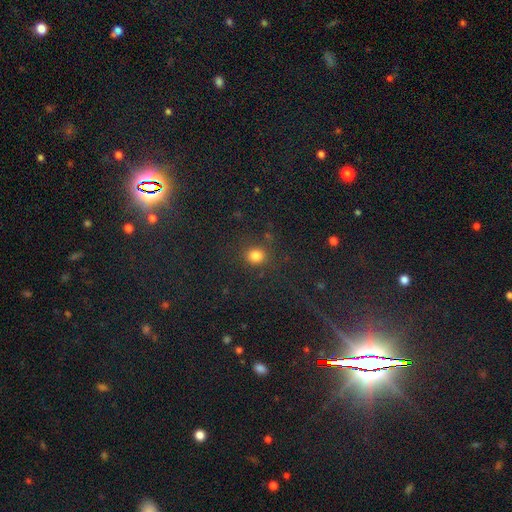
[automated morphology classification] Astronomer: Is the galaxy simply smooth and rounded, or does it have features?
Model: smooth — 78%.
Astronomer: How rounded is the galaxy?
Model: round — 81%.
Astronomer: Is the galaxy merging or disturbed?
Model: none — 82%.